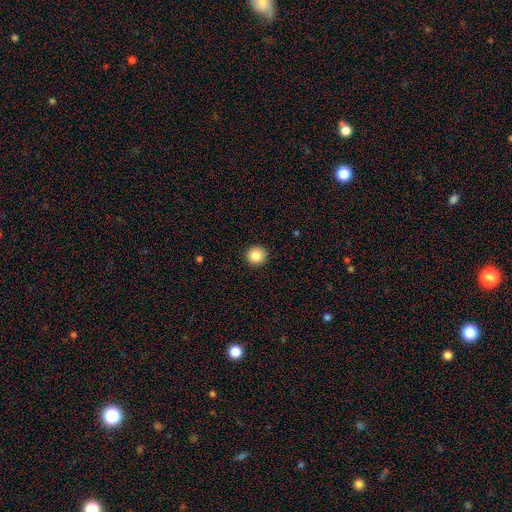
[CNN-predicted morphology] type=smooth (86%); roundness=round (94%); merging=none (92%).